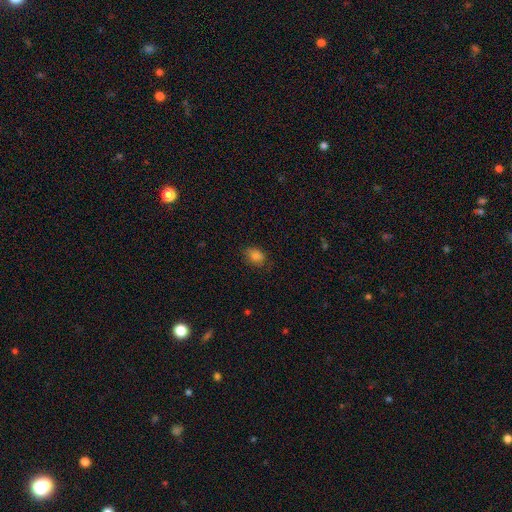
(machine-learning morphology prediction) Smooth or featured?
  - smooth: 83% *
  - star or artifact: 11%
  - featured or disk: 6%
How rounded?
  - in between: 61% *
  - round: 38%
  - cigar-shaped: 1%
Merging?
  - none: 76% *
  - minor disturbance: 19%
  - major disturbance: 4%
  - merger: 1%